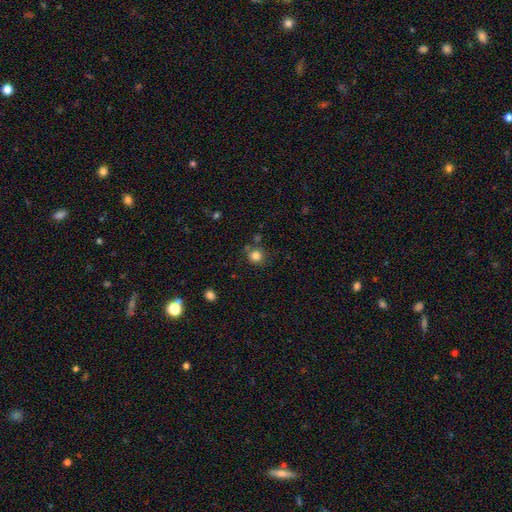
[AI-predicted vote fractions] This appears to be a smooth galaxy with no disk features (83%) that is round (90%). Merging: none (78%).